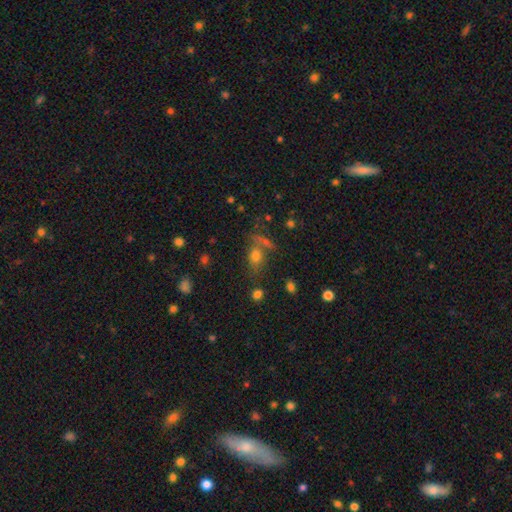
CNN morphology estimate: Smooth or featured? smooth (62%)
How rounded? in between (60%)
Merging? none (56%)